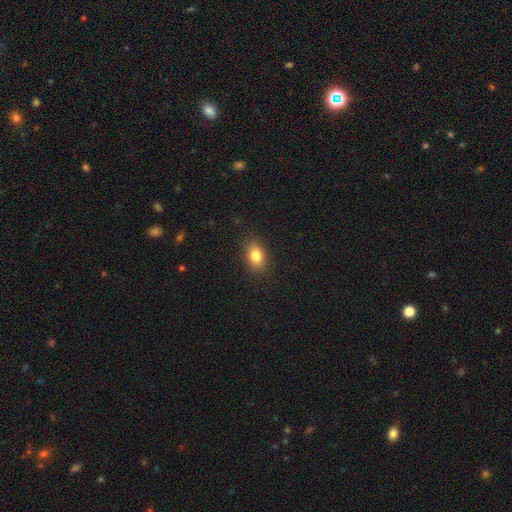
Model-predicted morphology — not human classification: smooth_or_featured: smooth (p=0.83) [alt: star or artifact p=0.09]
how_rounded: in between (p=0.80) [alt: round p=0.19]
merging: none (p=0.87) [alt: minor disturbance p=0.10]